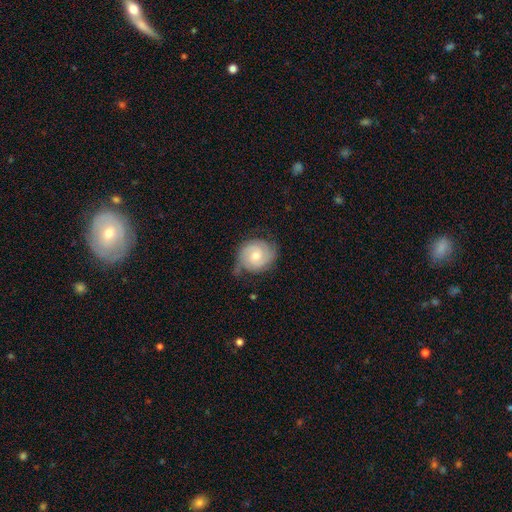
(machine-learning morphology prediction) Smooth or featured? featured or disk (67%)
Edge-on disk? no (98%)
Bar? no (67%)
Spiral arms? yes (92%)
Spiral winding? tight (59%)
Spiral arm count? 2 (62%)
Bulge size? moderate (60%)
Merging? none (61%)